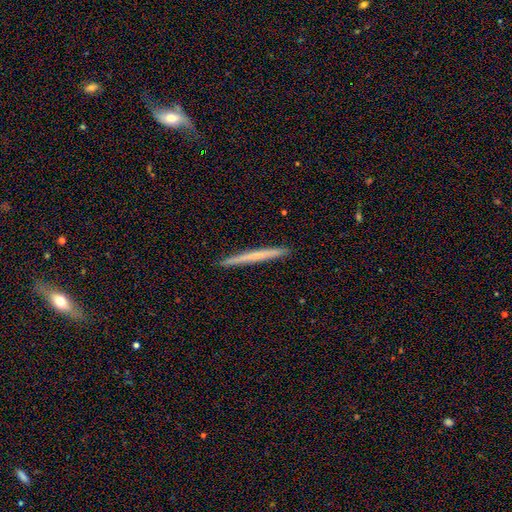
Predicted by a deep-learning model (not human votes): Overall: smooth (57%; featured or disk 36%). How rounded: cigar-shaped (97%). Merging: none (93%).